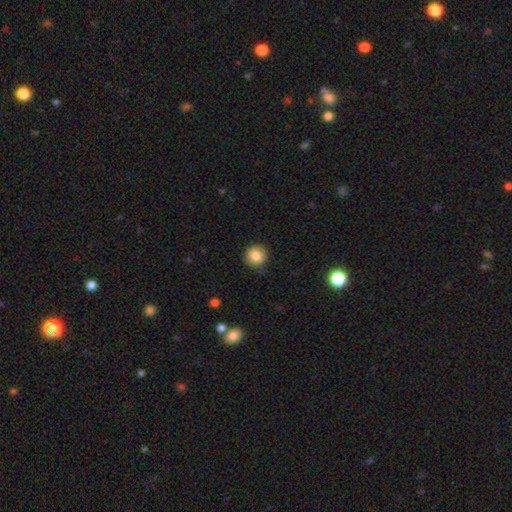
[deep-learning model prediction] Morphology: type=smooth (84%); roundness=round (92%); merging=none (86%).